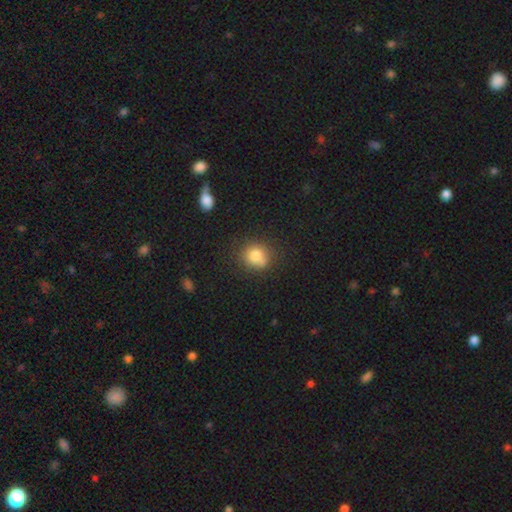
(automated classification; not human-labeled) smooth_or_featured: smooth (p=0.79) [alt: star or artifact p=0.11]
how_rounded: round (p=0.80) [alt: in between p=0.19]
merging: none (p=0.63) [alt: minor disturbance p=0.17]